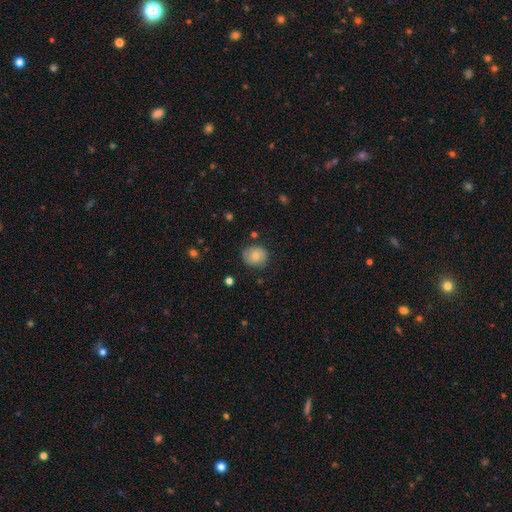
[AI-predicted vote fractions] smooth-or-featured: smooth: 76% | featured or disk: 16% | star or artifact: 9%
  how-rounded: round: 79% | in between: 21% | cigar-shaped: 1%
  merging: none: 78% | minor disturbance: 17% | major disturbance: 4% | merger: 2%